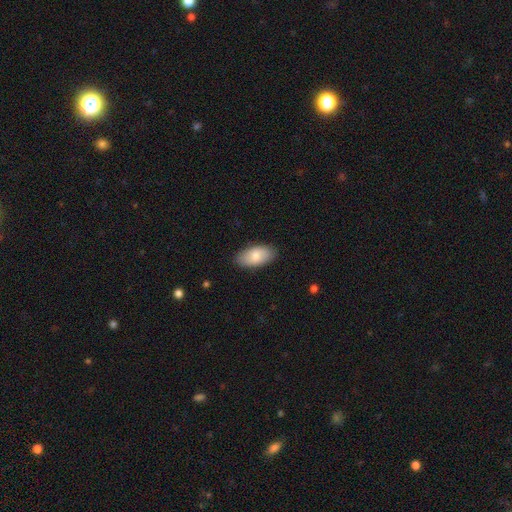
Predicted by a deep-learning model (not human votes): Smooth or featured: smooth — 78% (featured or disk — 16%)
How rounded: in between — 94% (cigar-shaped — 3%)
Merging: none — 86% (minor disturbance — 11%)